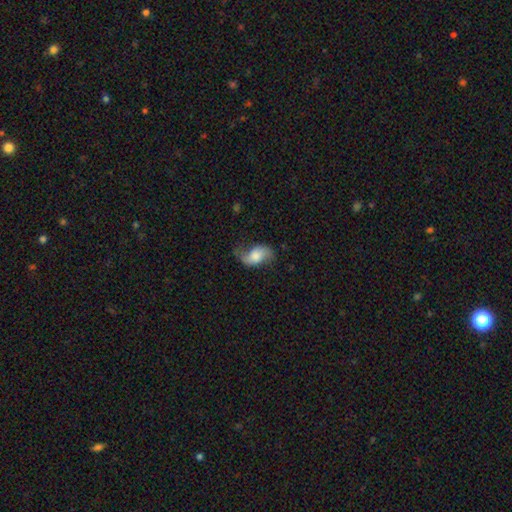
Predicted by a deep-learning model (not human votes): Overall: featured or disk (48%; smooth 44%). Merging: none (56%; minor disturbance 27%).